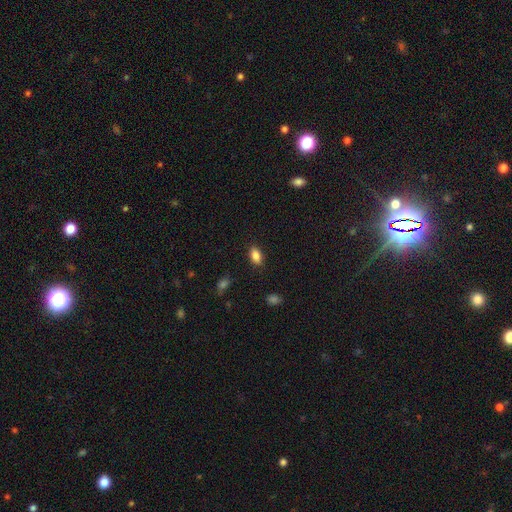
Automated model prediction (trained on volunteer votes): Smooth or featured: smooth — 87% (star or artifact — 9%)
How rounded: in between — 90% (round — 7%)
Merging: none — 87% (minor disturbance — 10%)